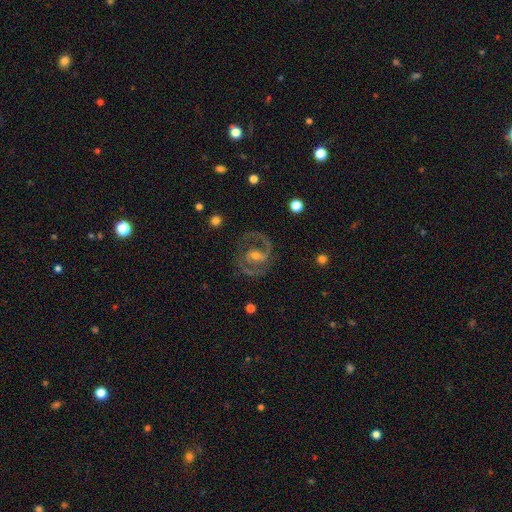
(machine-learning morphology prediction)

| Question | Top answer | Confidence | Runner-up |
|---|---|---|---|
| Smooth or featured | featured or disk | 84% | smooth (10%) |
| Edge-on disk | no | 97% | yes (3%) |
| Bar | weak | 42% | no (33%) |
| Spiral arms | yes | 87% | no (13%) |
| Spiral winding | medium | 55% | tight (30%) |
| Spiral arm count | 2 | 86% | can't tell (5%) |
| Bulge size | moderate | 57% | small (35%) |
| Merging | none | 76% | minor disturbance (13%) |